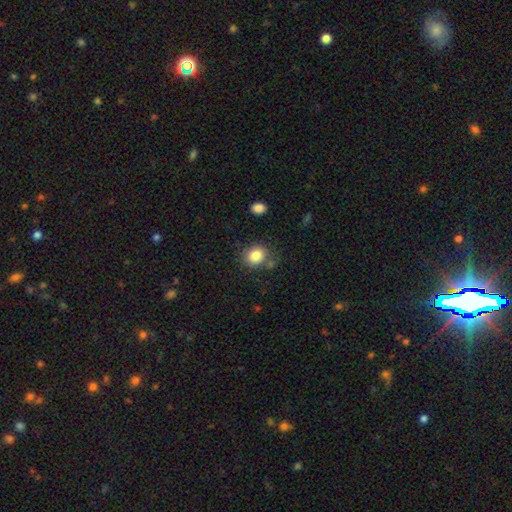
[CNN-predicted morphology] Smooth or featured? Predicted: smooth (p=0.84). How rounded? Predicted: round (p=0.63). Merging? Predicted: none (p=0.76).